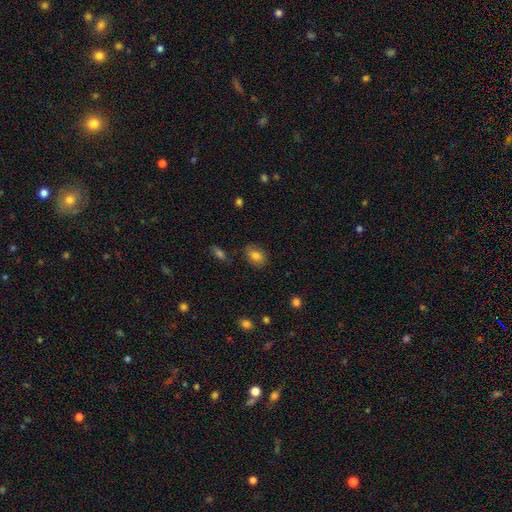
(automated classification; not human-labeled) smooth 81%, featured or disk 10%, star or artifact 9%. Down the decision tree: how rounded — in between (76%); merging — none (80%).